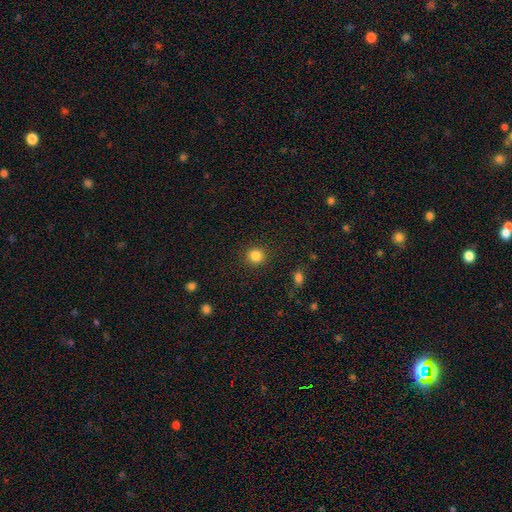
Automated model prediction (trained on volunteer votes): This is clearly a smooth galaxy (84%). How rounded: clearly round (92%). Merging: clearly none (90%).